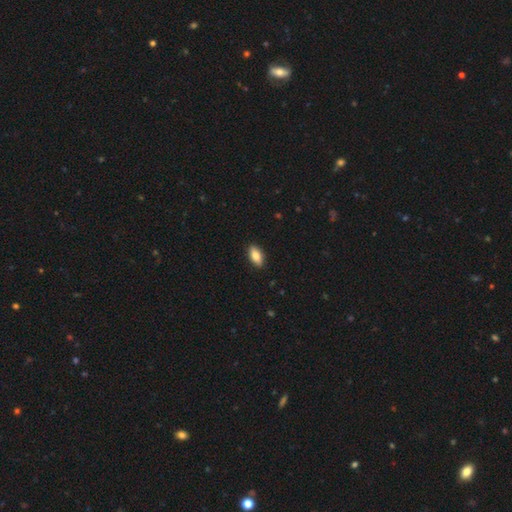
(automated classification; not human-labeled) Smooth or featured: smooth — 82% (featured or disk — 11%)
How rounded: in between — 90% (cigar-shaped — 7%)
Merging: none — 90% (minor disturbance — 7%)